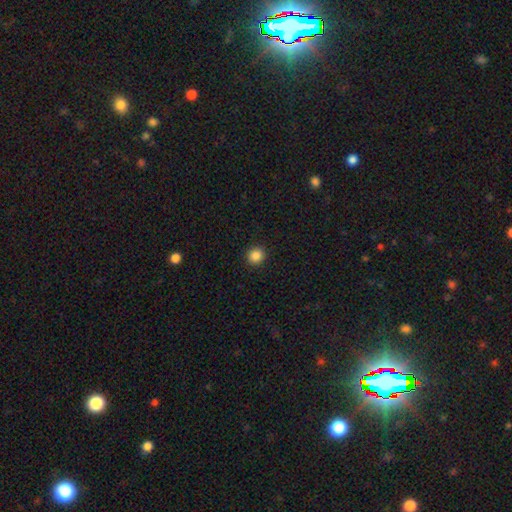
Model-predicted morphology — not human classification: Q: Smooth or featured?
A: smooth (87%); runner-up: star or artifact (10%)
Q: How rounded?
A: round (90%); runner-up: in between (9%)
Q: Merging?
A: none (92%); runner-up: minor disturbance (5%)